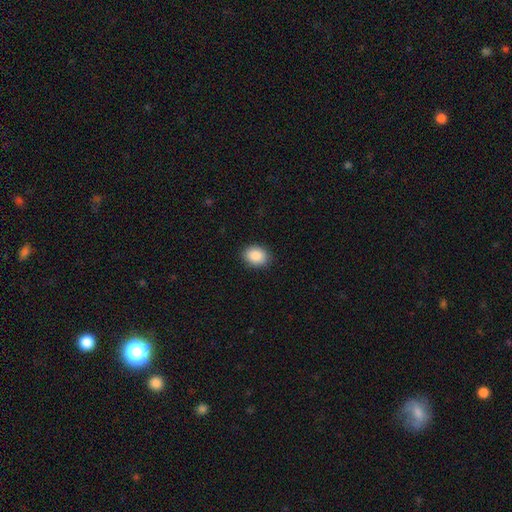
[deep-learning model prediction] smooth-or-featured: smooth: 89% | star or artifact: 7% | featured or disk: 3%
  how-rounded: in between: 61% | round: 38% | cigar-shaped: 1%
  merging: none: 89% | minor disturbance: 8% | major disturbance: 2% | merger: 1%